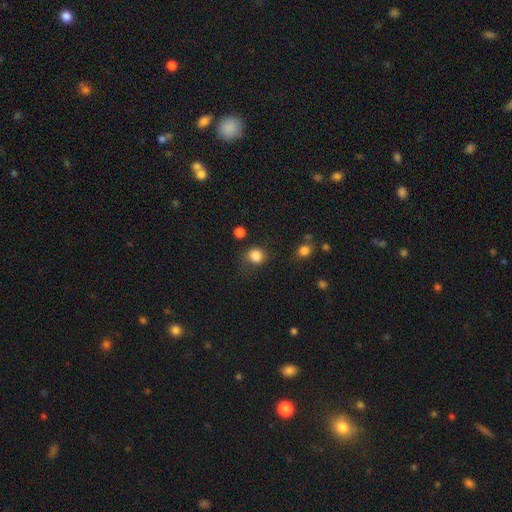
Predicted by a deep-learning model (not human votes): smooth-or-featured: smooth: 84% | star or artifact: 11% | featured or disk: 5%
  how-rounded: round: 80% | in between: 19% | cigar-shaped: 1%
  merging: none: 71% | minor disturbance: 18% | major disturbance: 7% | merger: 4%